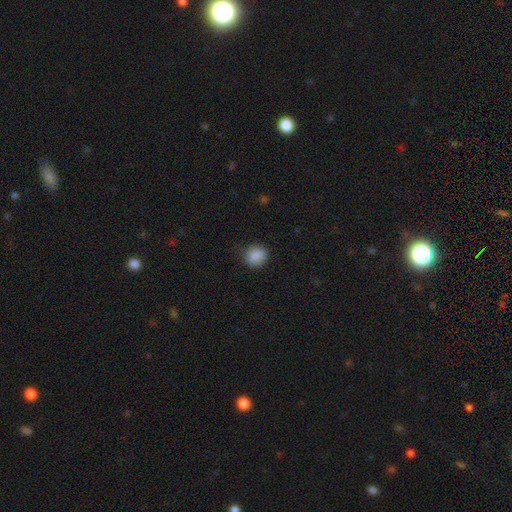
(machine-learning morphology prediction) This is clearly a smooth galaxy (88%). How rounded: likely round (79%). Merging: clearly none (81%).